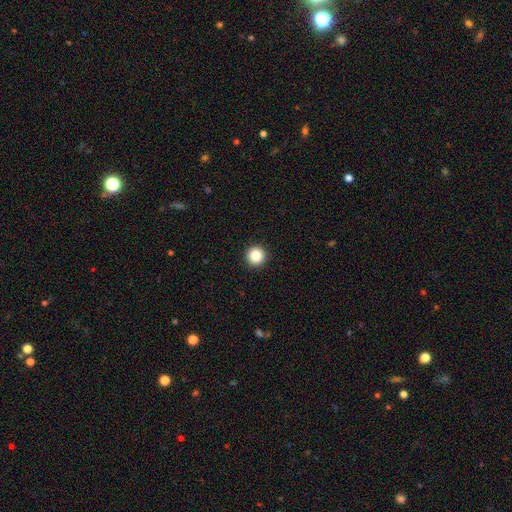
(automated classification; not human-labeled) smooth-or-featured: smooth: 85% | star or artifact: 10% | featured or disk: 5%
  how-rounded: round: 96% | in between: 3% | cigar-shaped: 1%
  merging: none: 94% | minor disturbance: 4% | major disturbance: 1% | merger: 1%